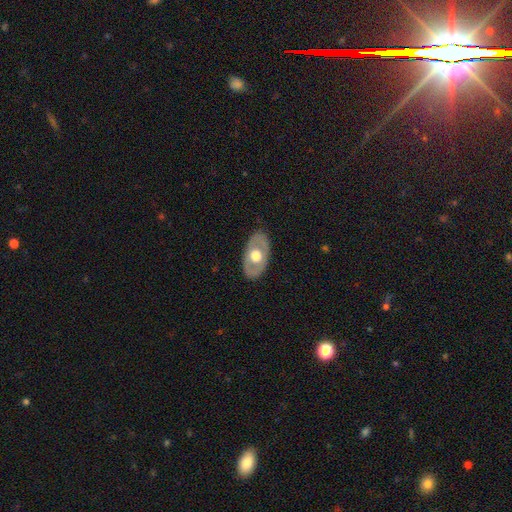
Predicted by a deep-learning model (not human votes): Q: Smooth or featured?
A: featured or disk (50%); runner-up: smooth (45%)
Q: Edge-on disk?
A: no (85%); runner-up: yes (15%)
Q: Merging?
A: none (84%); runner-up: minor disturbance (12%)